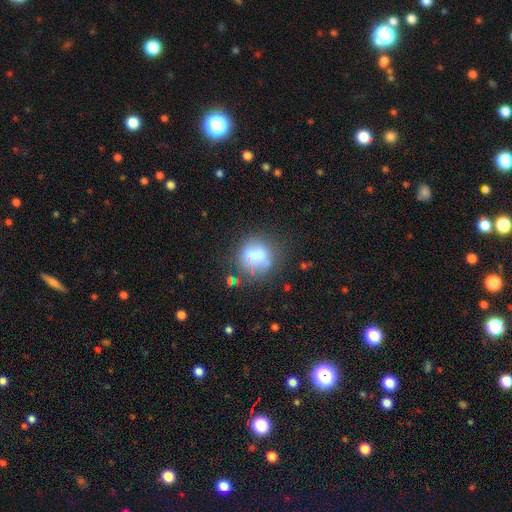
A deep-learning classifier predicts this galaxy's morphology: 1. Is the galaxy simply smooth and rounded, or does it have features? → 56% smooth, 30% featured or disk, 14% star or artifact.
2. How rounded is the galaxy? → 75% round, 24% in between, 1% cigar-shaped.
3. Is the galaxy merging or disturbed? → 49% none, 20% minor disturbance, 16% major disturbance, 15% merger.